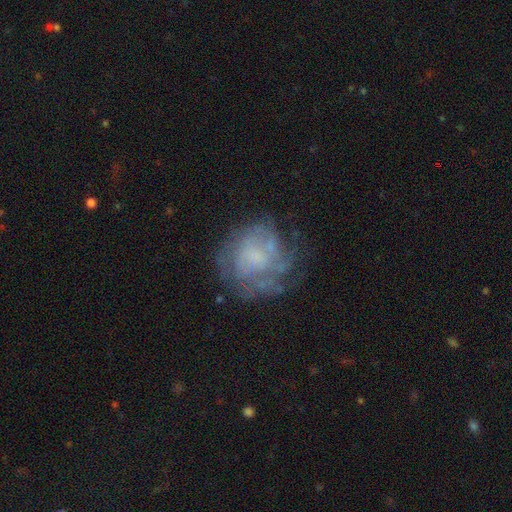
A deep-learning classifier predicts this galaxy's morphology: Q: Smooth or featured?
A: featured or disk (64%); runner-up: smooth (26%)
Q: Edge-on disk?
A: no (98%); runner-up: yes (2%)
Q: Bar?
A: no (80%); runner-up: weak (18%)
Q: Spiral arms?
A: yes (56%); runner-up: no (44%)
Q: Bulge size?
A: none (36%); runner-up: small (35%)
Q: Merging?
A: none (61%); runner-up: minor disturbance (20%)